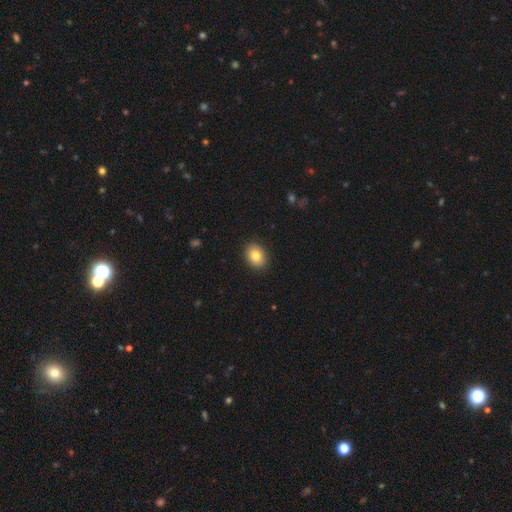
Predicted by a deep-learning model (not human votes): Overall: smooth (82%). How rounded: in between (64%; round 35%). Merging: none (90%).